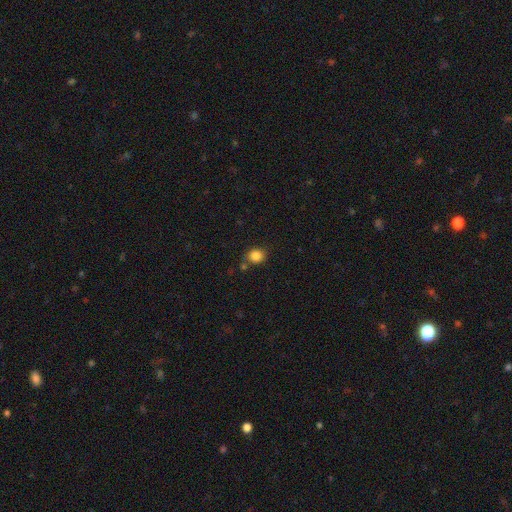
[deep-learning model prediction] This is clearly a smooth galaxy (84%). How rounded: likely round (75%). Merging: likely none (75%).